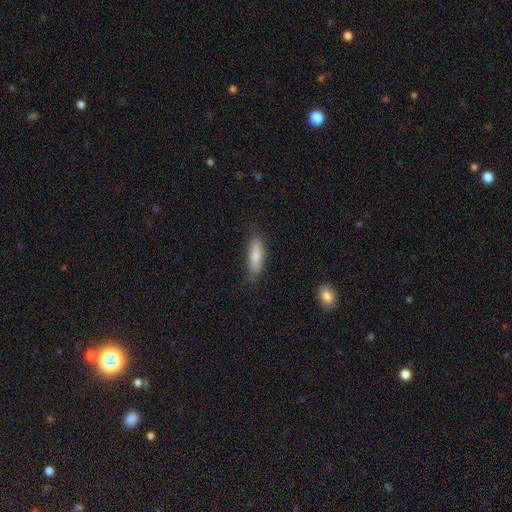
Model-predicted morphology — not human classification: This is clearly a smooth galaxy (81%). How rounded: possibly in between (54%). Merging: likely none (76%).